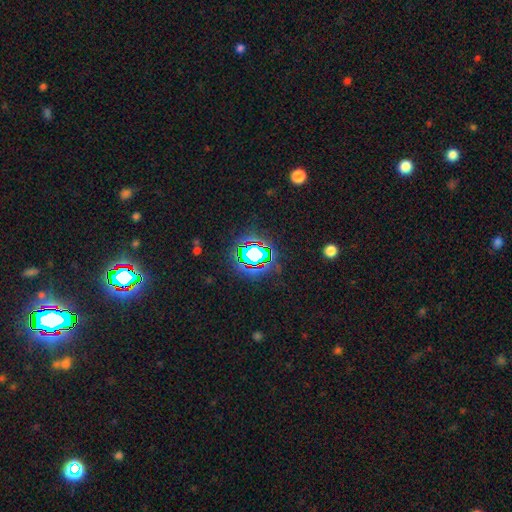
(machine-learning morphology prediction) Q: Smooth or featured?
A: star or artifact (82%); runner-up: smooth (11%)